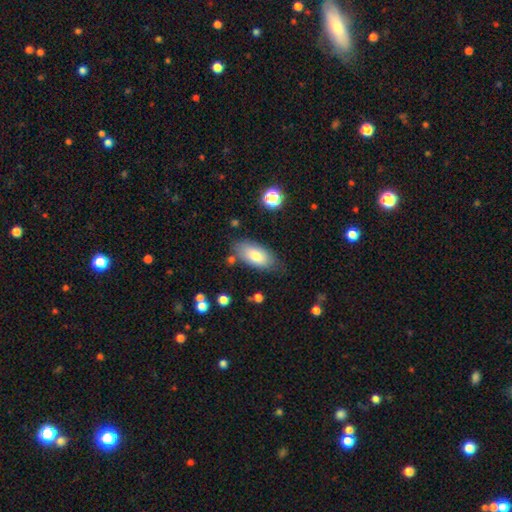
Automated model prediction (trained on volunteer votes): Smooth or featured? smooth (76%)
How rounded? in between (91%)
Merging? none (72%)